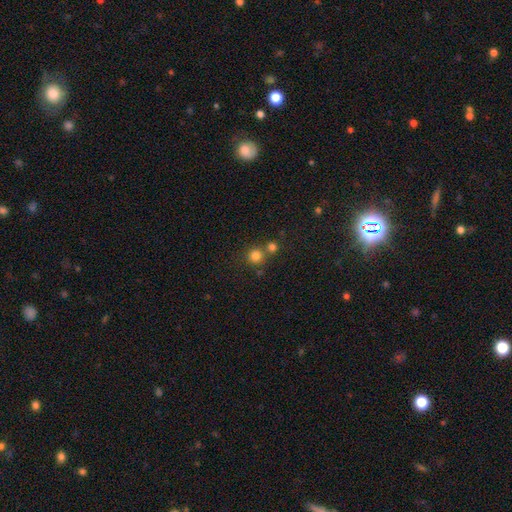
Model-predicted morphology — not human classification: Smooth or featured? Predicted: smooth (p=0.79). How rounded? Predicted: round (p=0.93). Merging? Predicted: none (p=0.65).